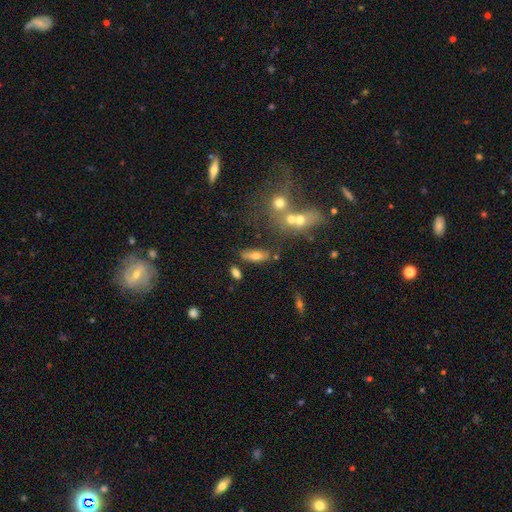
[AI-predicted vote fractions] smooth-or-featured: smooth: 65% | featured or disk: 26% | star or artifact: 10%
  how-rounded: in between: 67% | cigar-shaped: 29% | round: 4%
  merging: none: 70% | minor disturbance: 14% | merger: 11% | major disturbance: 5%